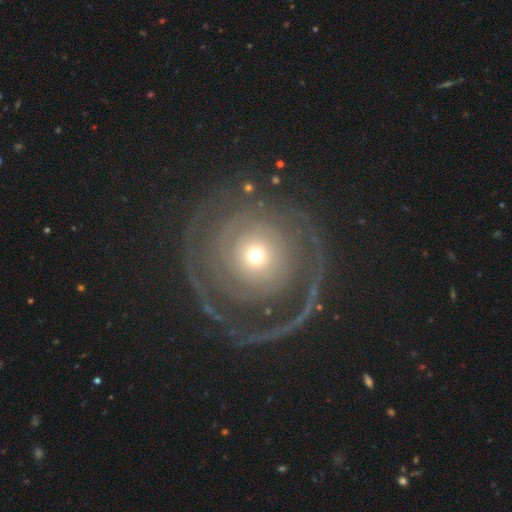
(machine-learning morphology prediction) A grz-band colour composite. It shows a featured or disk galaxy (74%) with no bar (84%), 2 (36%) tight (58%) spiral arms (81%) and a small central bulge (53%). Merging: none (64%).